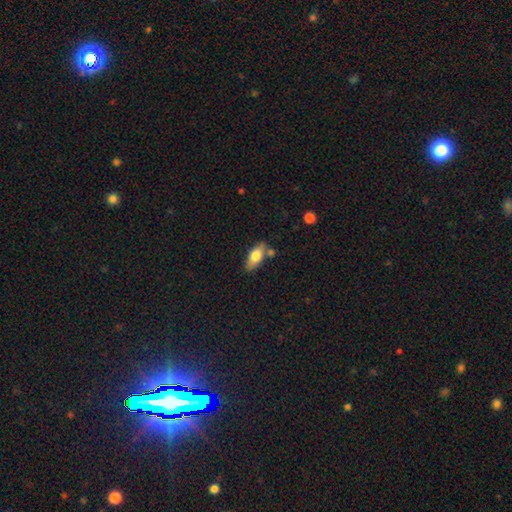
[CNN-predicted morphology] Smooth or featured?
  - smooth: 70% *
  - featured or disk: 24%
  - star or artifact: 6%
How rounded?
  - in between: 81% *
  - cigar-shaped: 16%
  - round: 3%
Merging?
  - none: 73% *
  - minor disturbance: 15%
  - merger: 9%
  - major disturbance: 3%